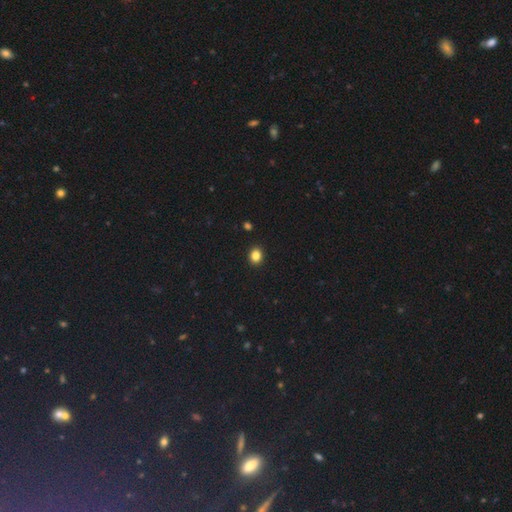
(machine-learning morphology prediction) This appears to be a smooth galaxy with no disk features (84%) that is round (60%). Merging: none (92%).